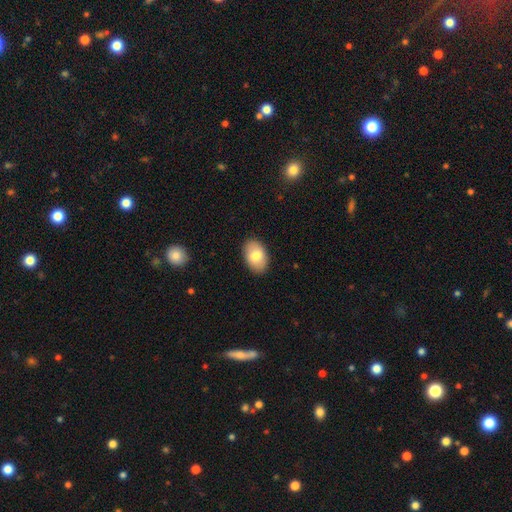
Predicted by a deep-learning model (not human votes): A smooth galaxy with no disk features (77%) that is in between round and cigar-shaped (90%).

Vote fractions:
- Smooth or featured? smooth: 77% / featured or disk: 16% / star or artifact: 6%
- How rounded? in between: 90% / round: 9% / cigar-shaped: 1%
- Merging? none: 88% / minor disturbance: 9% / major disturbance: 2% / merger: 1%